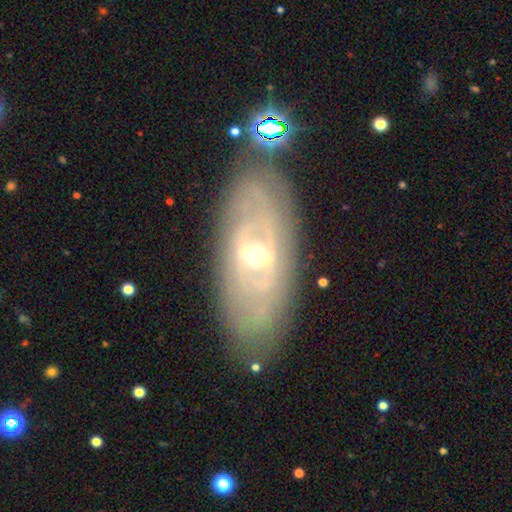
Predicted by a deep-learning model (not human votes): Overall: featured or disk (78%). Edge-on disk: no (87%). Bar: weak (43%; no 35%). Spiral arms: yes (71%). Bulge size: moderate (50%; small 45%). Merging: none (81%).